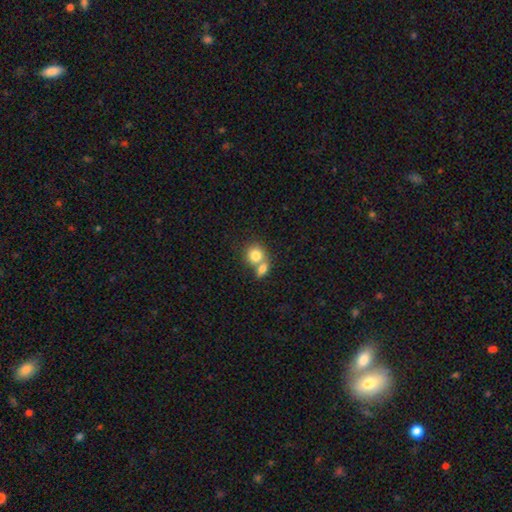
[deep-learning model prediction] Morphology: type=smooth (81%); roundness=round (75%); merging=merger (57%).